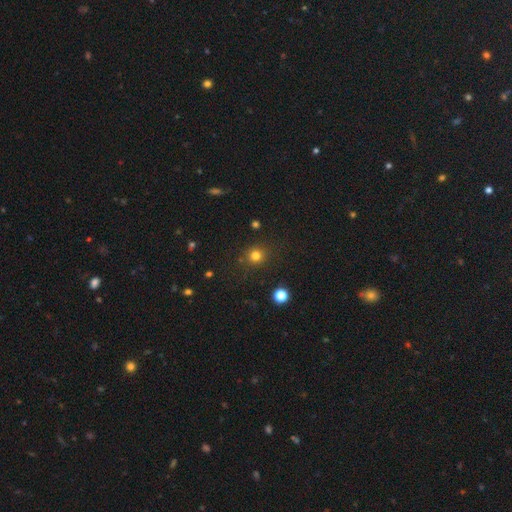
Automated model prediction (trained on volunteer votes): This is likely a smooth galaxy (78%). How rounded: clearly round (90%). Merging: clearly none (86%).